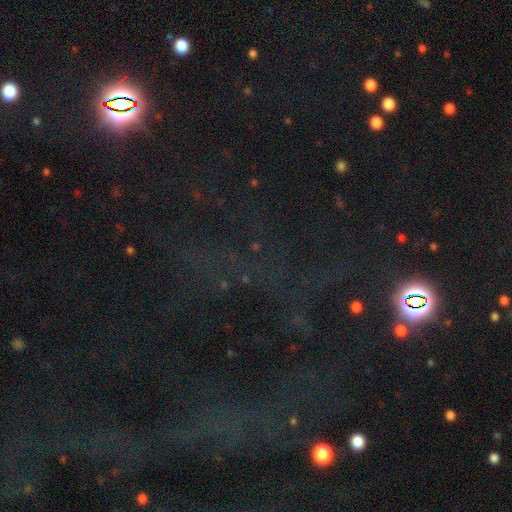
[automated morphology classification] Smooth or featured: star or artifact — 76% (smooth — 13%)